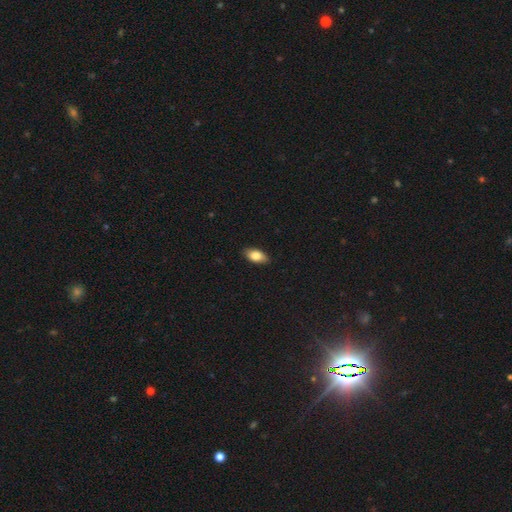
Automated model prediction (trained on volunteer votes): smooth 81%, featured or disk 13%, star or artifact 7%. Down the decision tree: how rounded — in between (90%); merging — none (87%).